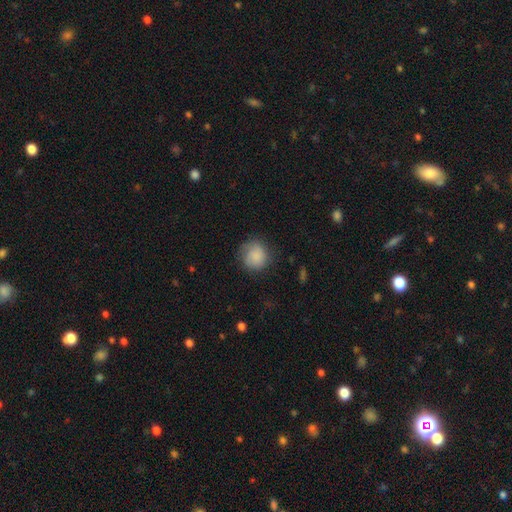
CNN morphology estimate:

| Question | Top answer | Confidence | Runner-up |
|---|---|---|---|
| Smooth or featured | smooth | 85% | featured or disk (8%) |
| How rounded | round | 88% | in between (11%) |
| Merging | none | 73% | minor disturbance (19%) |